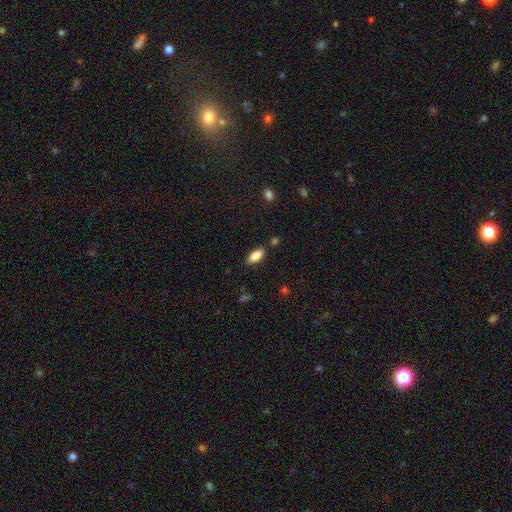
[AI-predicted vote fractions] Morphology: type=smooth (84%); roundness=in between (83%); merging=none (82%).